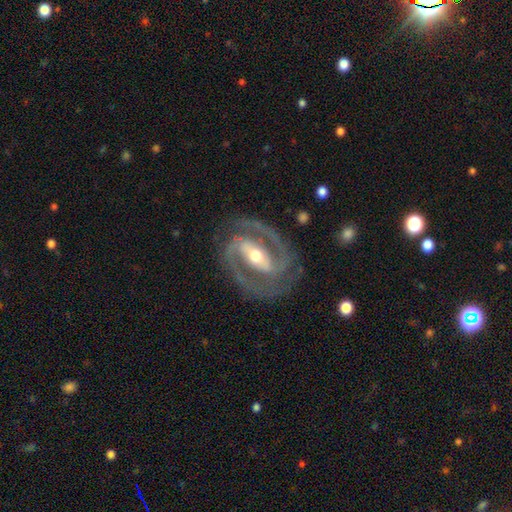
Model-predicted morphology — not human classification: This appears to be a featured or disk galaxy (92%) with a strong bar (66%), 2 (92%) tight (48%) spiral arms (97%) and a moderate central bulge (63%). Merging: none (83%).